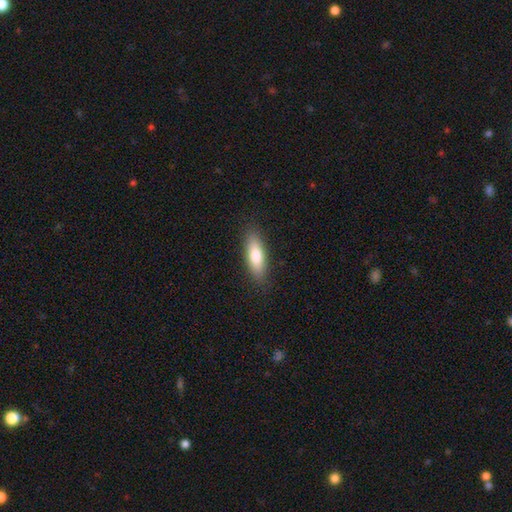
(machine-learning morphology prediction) smooth 78%, featured or disk 16%, star or artifact 6%. Down the decision tree: how rounded — in between (56%); merging — none (87%).